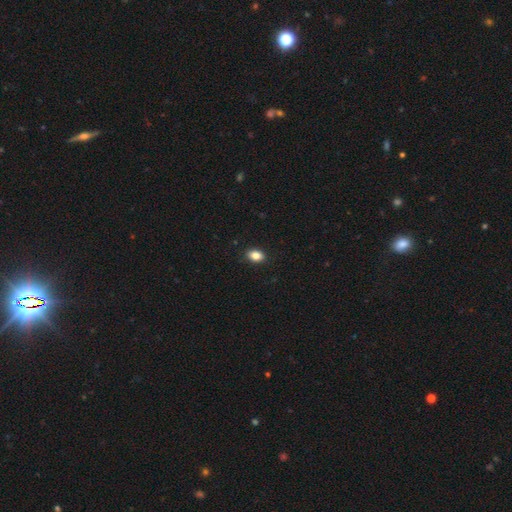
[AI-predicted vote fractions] Overall: smooth (85%). How rounded: in between (82%). Merging: none (89%).